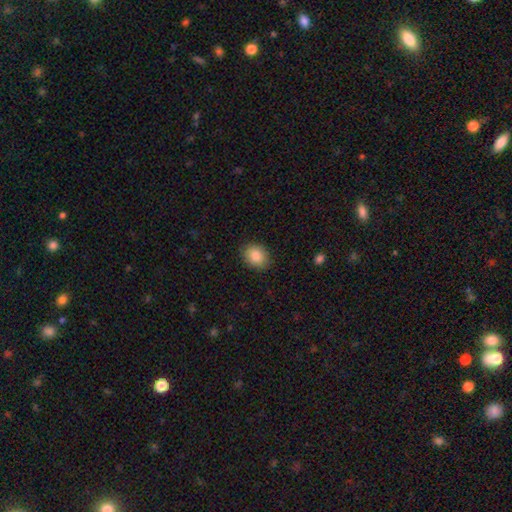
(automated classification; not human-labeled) Smooth or featured? Predicted: smooth (p=0.86). How rounded? Predicted: in between (p=0.54). Merging? Predicted: none (p=0.88).